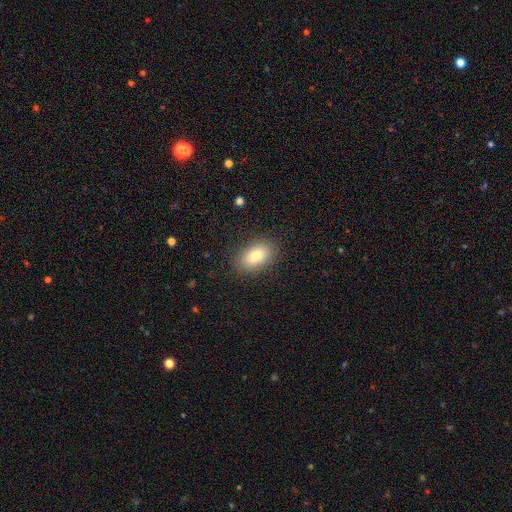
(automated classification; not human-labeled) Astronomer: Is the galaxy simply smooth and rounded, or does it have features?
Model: smooth — 80%.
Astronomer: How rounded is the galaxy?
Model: in between — 89%.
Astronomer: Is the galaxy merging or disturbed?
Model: none — 86%.